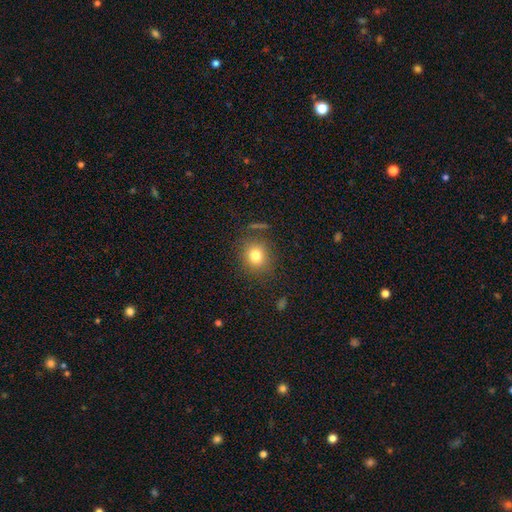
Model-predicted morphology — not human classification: Smooth or featured? Predicted: smooth (p=0.79). How rounded? Predicted: round (p=0.77). Merging? Predicted: none (p=0.83).